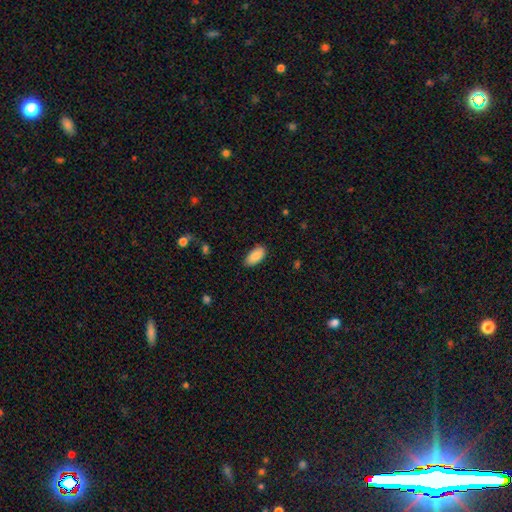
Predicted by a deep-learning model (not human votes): This is clearly a smooth galaxy (88%). How rounded: clearly in between (93%). Merging: clearly none (81%).